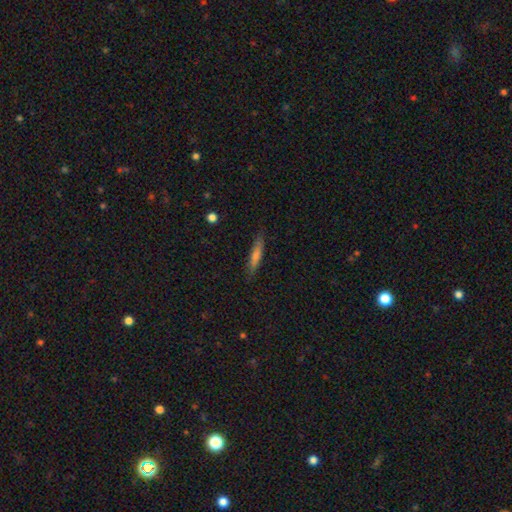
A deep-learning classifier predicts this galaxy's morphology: Smooth or featured?
  - smooth: 61% *
  - featured or disk: 31%
  - star or artifact: 7%
How rounded?
  - cigar-shaped: 89% *
  - in between: 9%
  - round: 2%
Merging?
  - none: 86% *
  - minor disturbance: 11%
  - major disturbance: 2%
  - merger: 1%